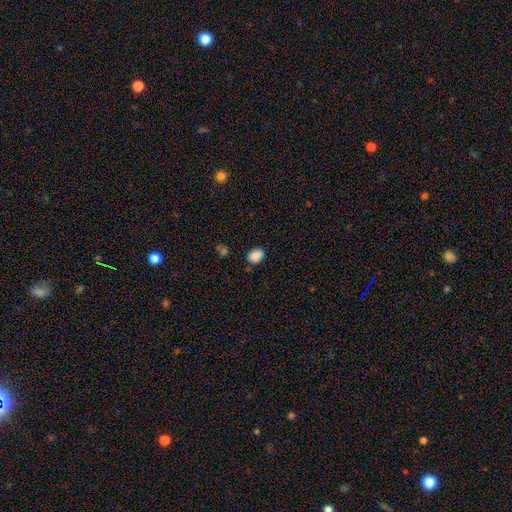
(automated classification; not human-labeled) A smooth galaxy with no disk features (86%) that is in between round and cigar-shaped (70%).

Vote fractions:
- Smooth or featured? smooth: 86% / star or artifact: 10% / featured or disk: 5%
- How rounded? in between: 70% / round: 29% / cigar-shaped: 1%
- Merging? none: 78% / minor disturbance: 15% / merger: 4% / major disturbance: 3%